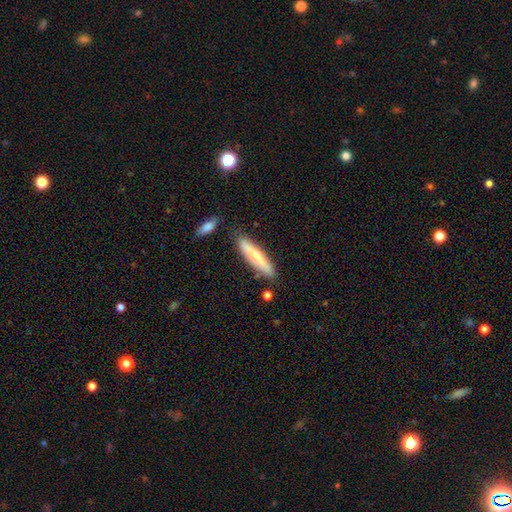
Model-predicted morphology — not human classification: Smooth or featured?
  - smooth: 56% *
  - featured or disk: 38%
  - star or artifact: 6%
How rounded?
  - cigar-shaped: 85% *
  - in between: 14%
  - round: 1%
Merging?
  - none: 83% *
  - minor disturbance: 11%
  - merger: 4%
  - major disturbance: 2%